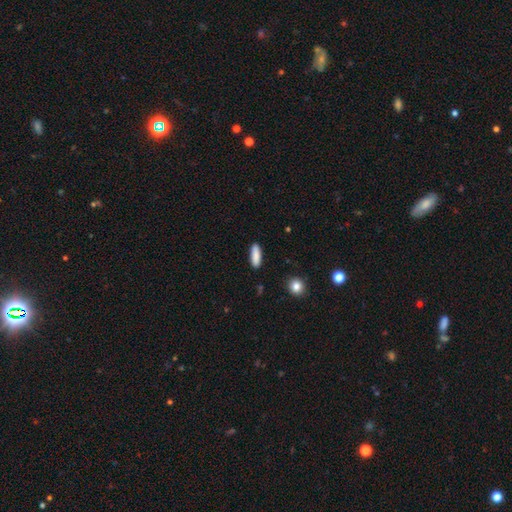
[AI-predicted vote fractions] smooth 88%, star or artifact 6%, featured or disk 6%. Down the decision tree: how rounded — cigar-shaped (52%); merging — none (89%).